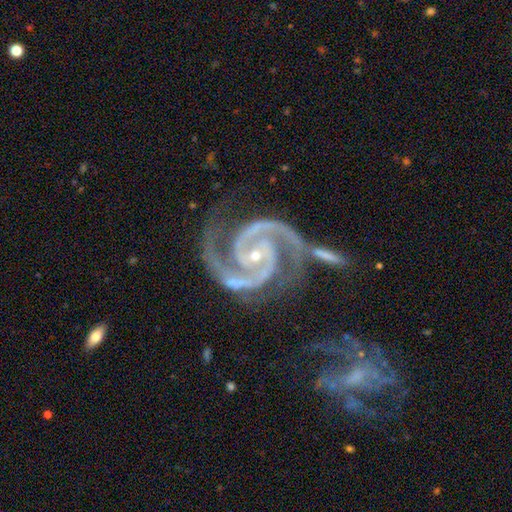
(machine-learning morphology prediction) Smooth or featured: featured or disk — 94% (star or artifact — 4%)
Edge-on disk: no — 98% (yes — 2%)
Bar: no — 56% (weak — 25%)
Spiral arms: yes — 99% (no — 1%)
Spiral winding: tight — 50% (medium — 45%)
Spiral arm count: 2 — 90% (3 — 5%)
Bulge size: small — 81% (moderate — 16%)
Merging: none — 58% (minor disturbance — 20%)